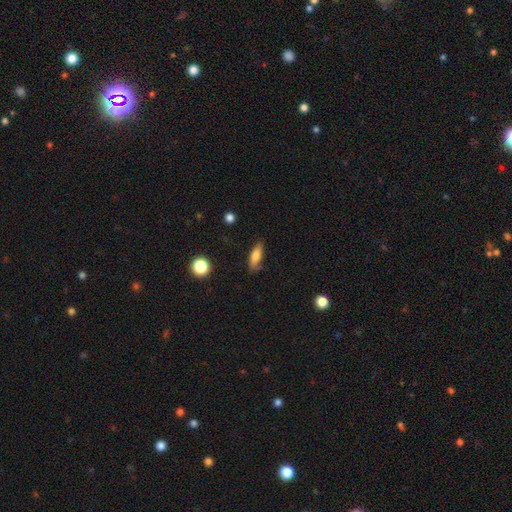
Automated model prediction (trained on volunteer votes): The model was most divided on "how rounded": in between: 58%, cigar-shaped: 38%, round: 3%. More confident: smooth or featured — smooth (74%); merging — none (71%).